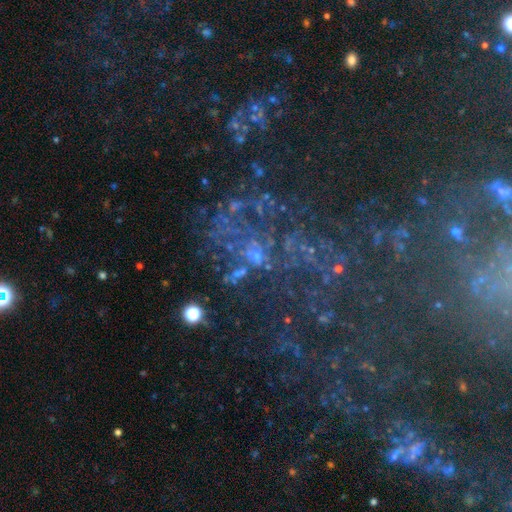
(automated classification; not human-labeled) A featured or disk galaxy (48%). Merging: none (50%).